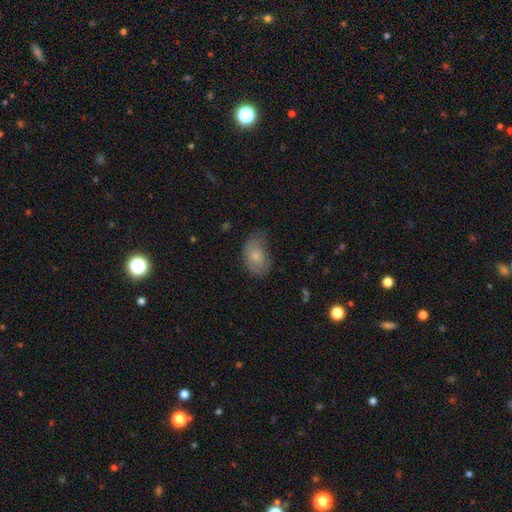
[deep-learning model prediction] The model was most divided on "merging": none: 51%, minor disturbance: 35%, major disturbance: 12%, merger: 2%. More confident: how rounded — in between (88%); smooth or featured — smooth (77%).